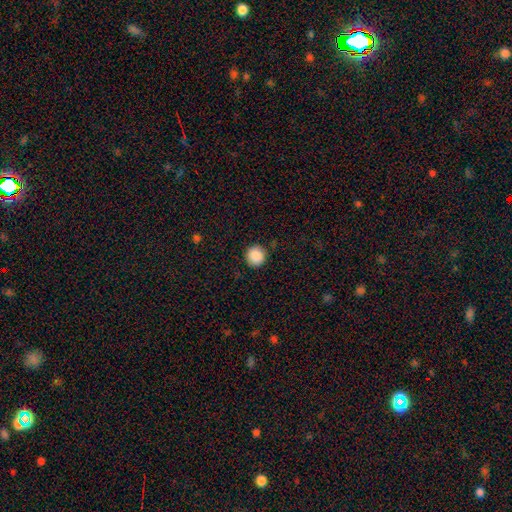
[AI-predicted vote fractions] This appears to be a smooth galaxy with no disk features (89%) that is round (94%). Merging: none (90%).